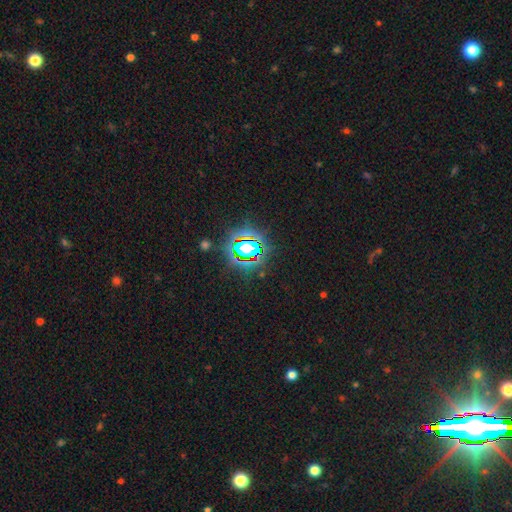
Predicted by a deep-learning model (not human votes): star or artifact 82%, smooth 11%, featured or disk 6%.